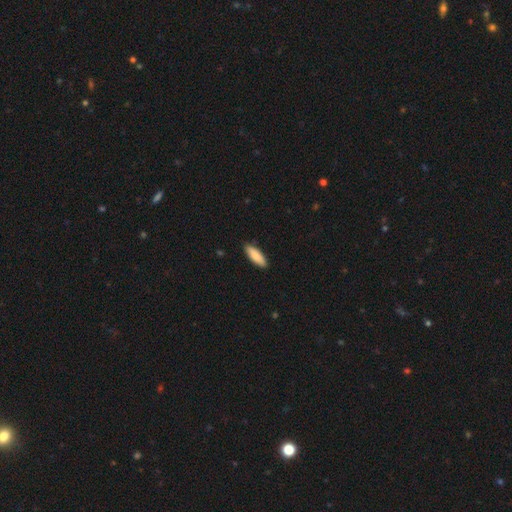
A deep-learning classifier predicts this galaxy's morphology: smooth 85%, featured or disk 9%, star or artifact 5%. Down the decision tree: how rounded — in between (55%); merging — none (89%).